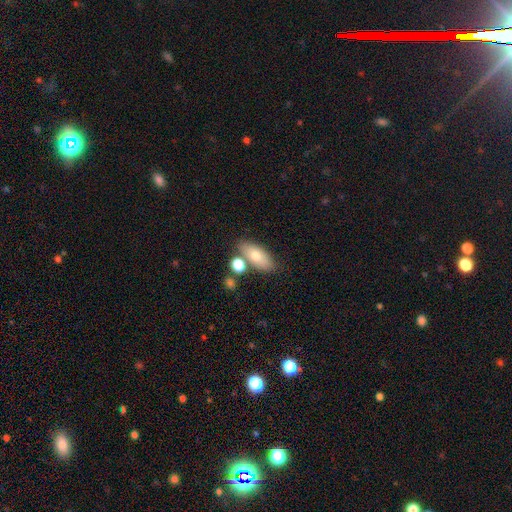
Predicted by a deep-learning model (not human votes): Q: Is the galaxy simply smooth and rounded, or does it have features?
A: smooth — 72%.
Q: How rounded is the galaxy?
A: in between — 82%.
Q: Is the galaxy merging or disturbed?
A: none — 67%.